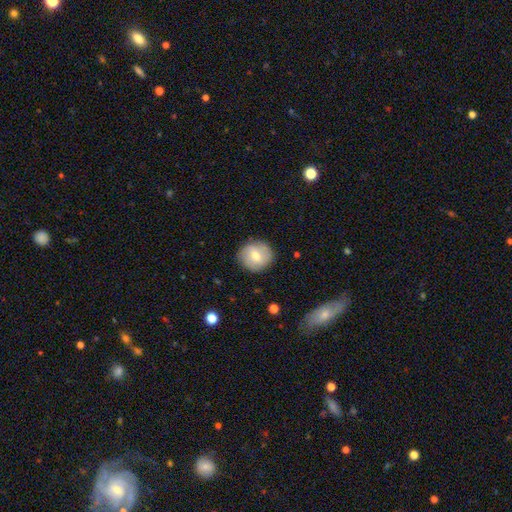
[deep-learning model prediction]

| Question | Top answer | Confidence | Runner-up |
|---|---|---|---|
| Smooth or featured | smooth | 63% | featured or disk (29%) |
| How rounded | round | 87% | in between (12%) |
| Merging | none | 84% | minor disturbance (11%) |